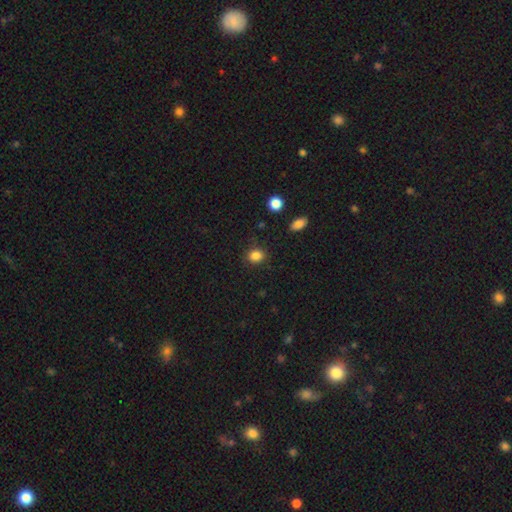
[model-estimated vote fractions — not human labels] Overall: smooth (85%). How rounded: round (68%; in between 31%). Merging: none (86%).